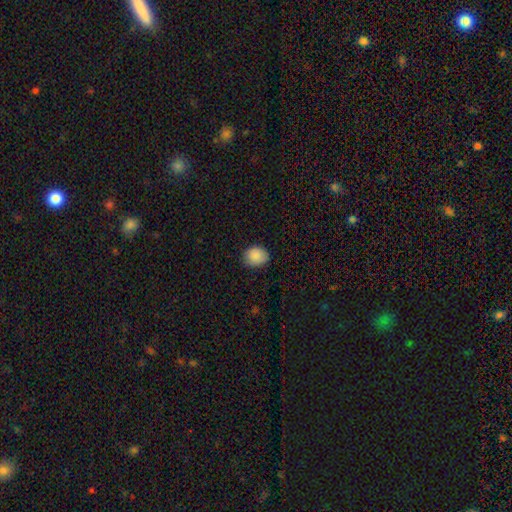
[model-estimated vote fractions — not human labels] Smooth or featured? smooth (89%)
How rounded? round (54%)
Merging? none (80%)